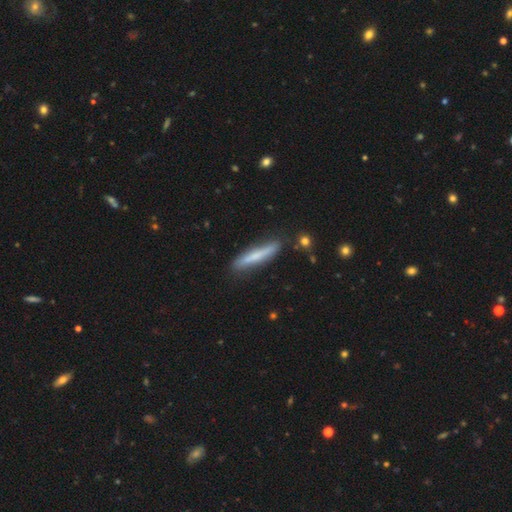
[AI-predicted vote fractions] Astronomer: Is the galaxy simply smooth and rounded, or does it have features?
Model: smooth — 60%.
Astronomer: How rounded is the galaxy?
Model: cigar-shaped — 92%.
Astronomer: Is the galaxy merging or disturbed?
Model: none — 83%.